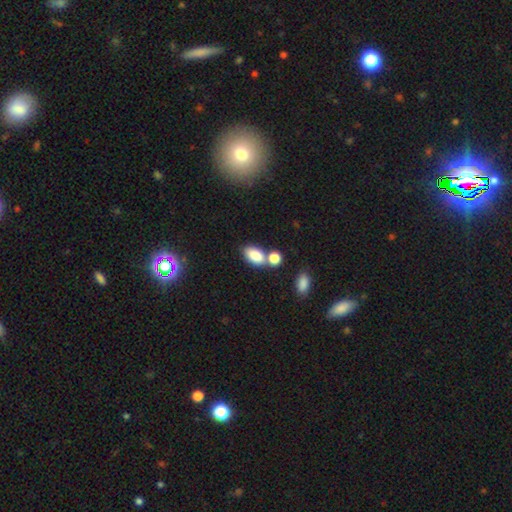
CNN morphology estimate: The model was most divided on "merging": none: 50%, merger: 34%, minor disturbance: 12%, major disturbance: 4%. More confident: how rounded — in between (90%); smooth or featured — smooth (84%).